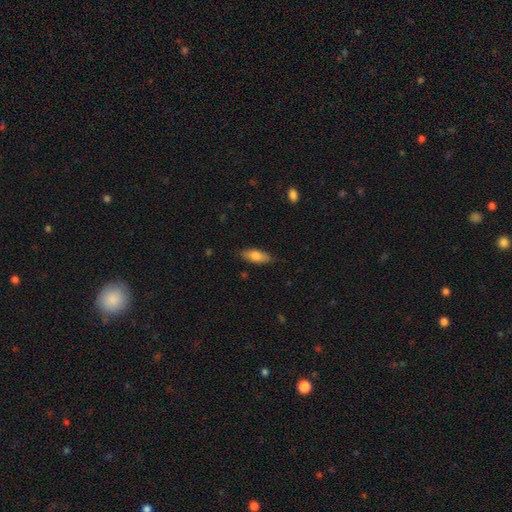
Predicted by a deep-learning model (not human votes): Smooth or featured? smooth (78%)
How rounded? in between (69%)
Merging? none (83%)